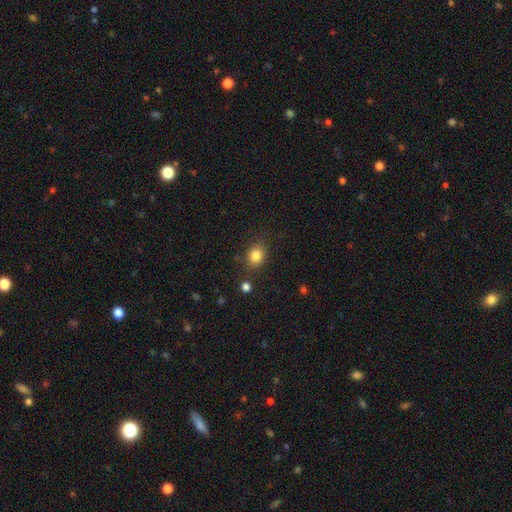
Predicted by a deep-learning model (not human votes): smooth-or-featured: smooth: 83% | star or artifact: 11% | featured or disk: 6%
  how-rounded: round: 54% | in between: 45% | cigar-shaped: 1%
  merging: none: 81% | minor disturbance: 12% | major disturbance: 4% | merger: 3%